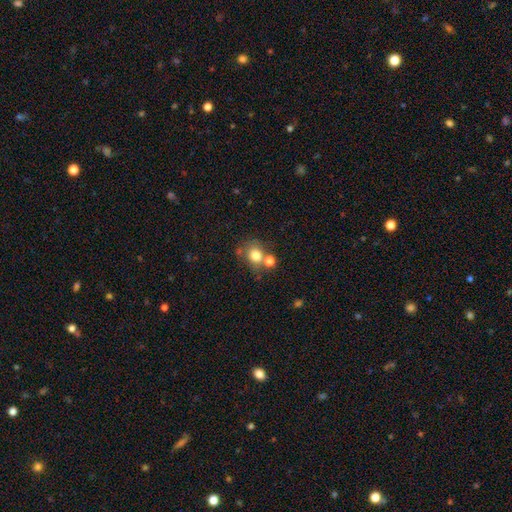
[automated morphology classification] smooth 76%, star or artifact 12%, featured or disk 12%. Down the decision tree: how rounded — round (72%); merging — none (54%).